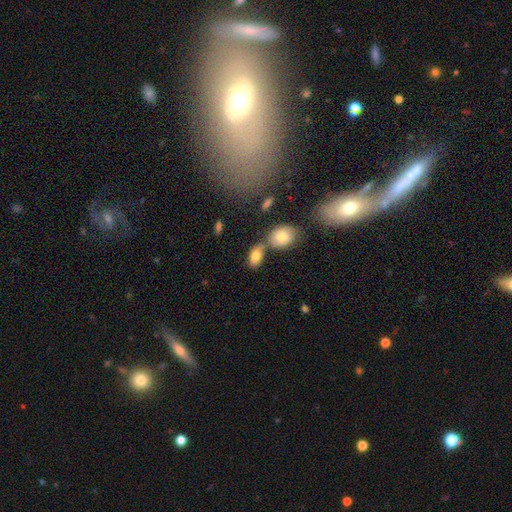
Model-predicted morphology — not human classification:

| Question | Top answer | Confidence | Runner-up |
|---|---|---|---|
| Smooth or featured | smooth | 80% | featured or disk (12%) |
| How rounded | in between | 90% | round (7%) |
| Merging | none | 52% | merger (30%) |